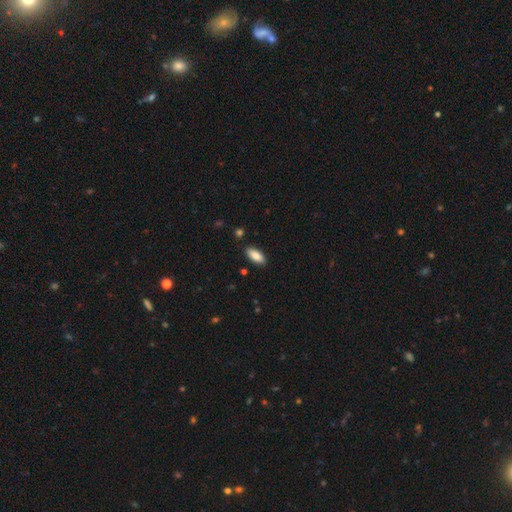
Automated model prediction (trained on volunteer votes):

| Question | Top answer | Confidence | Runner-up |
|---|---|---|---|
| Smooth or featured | smooth | 86% | featured or disk (8%) |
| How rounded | in between | 87% | cigar-shaped (11%) |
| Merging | none | 88% | minor disturbance (9%) |